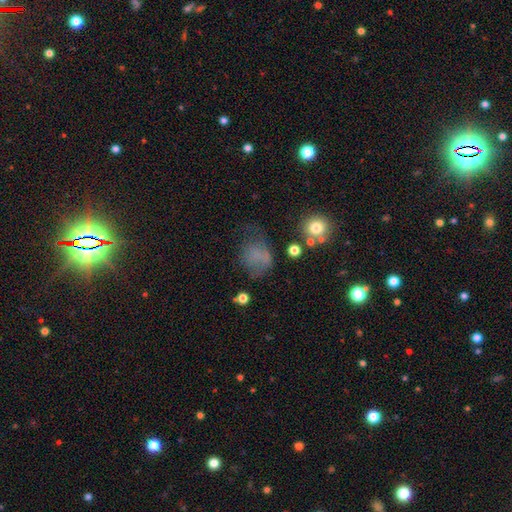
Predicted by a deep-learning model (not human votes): smooth_or_featured: smooth (p=0.62) [alt: star or artifact p=0.19]
how_rounded: in between (p=0.51) [alt: round p=0.47]
merging: none (p=0.37) [alt: major disturbance p=0.32]